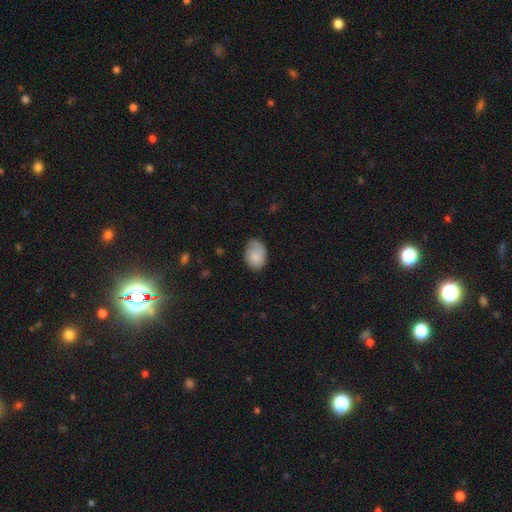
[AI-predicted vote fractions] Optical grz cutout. It shows a smooth galaxy with no disk features (82%) that is in between round and cigar-shaped (75%). Merging: none (57%).